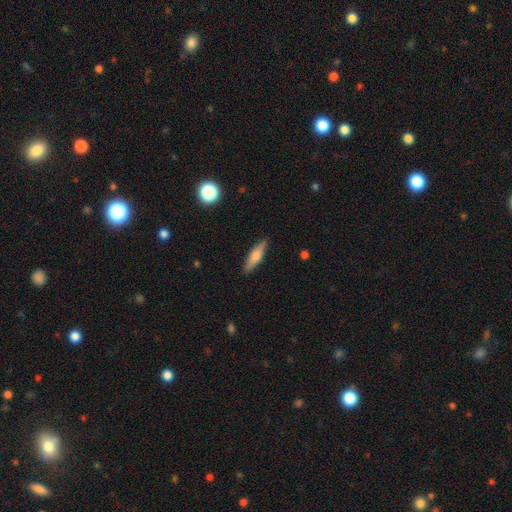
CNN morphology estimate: This is likely a smooth galaxy (60%). How rounded: likely cigar-shaped (70%). Merging: clearly none (89%).